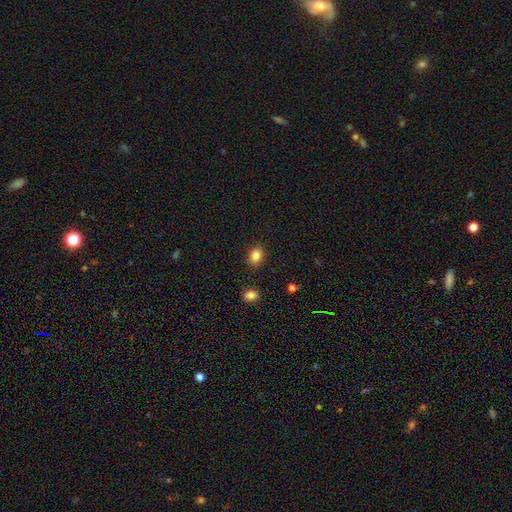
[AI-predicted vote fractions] Morphology: type=smooth (85%); roundness=in between (54%); merging=none (86%).